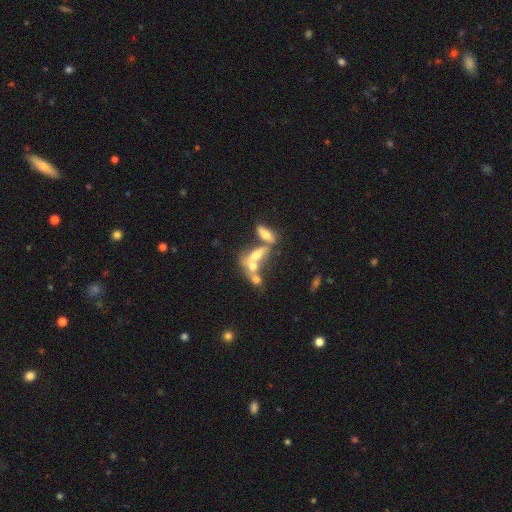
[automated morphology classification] Overall: featured or disk (44%; smooth 43%). Merging: merger (62%).